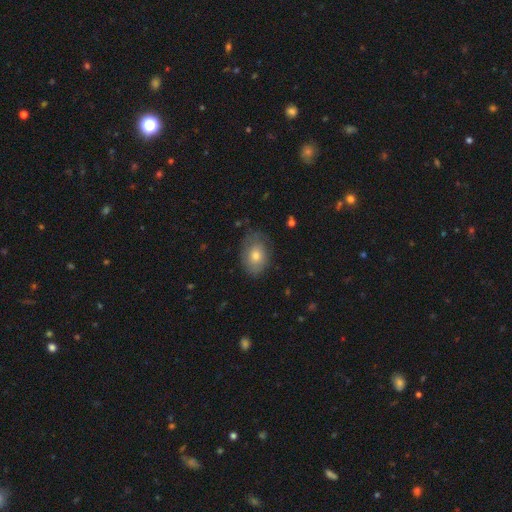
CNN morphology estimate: This appears to be a smooth galaxy with no disk features (68%) that is in between round and cigar-shaped (78%). Merging: none (68%).